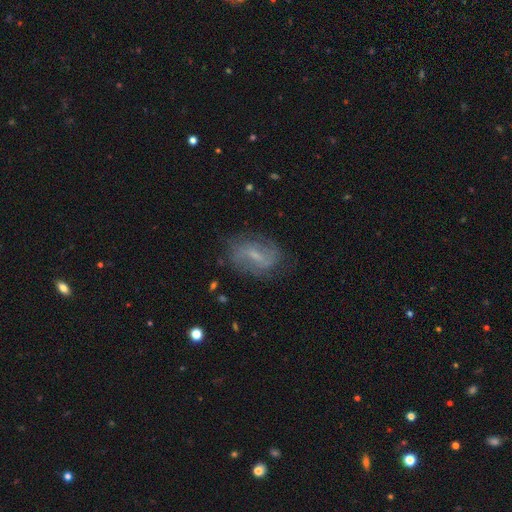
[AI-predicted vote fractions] featured or disk 67%, smooth 24%, star or artifact 9%. Down the decision tree: edge-on disk — no (96%); bar — weak (56%); spiral arms — yes (83%); spiral arm count — 2 (74%); spiral winding — medium (41%); bulge size — small (55%); merging — none (73%).